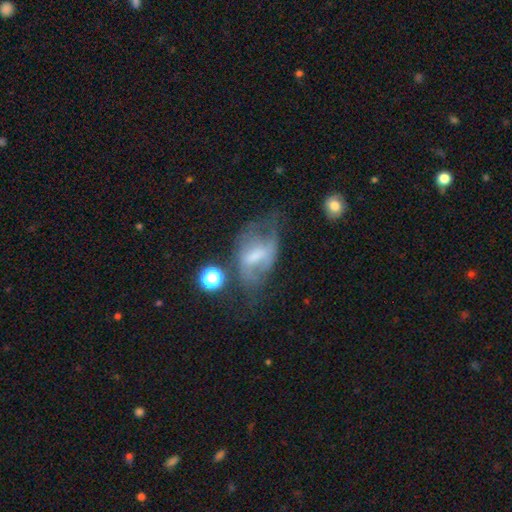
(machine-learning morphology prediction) Smooth or featured? Predicted: featured or disk (p=0.58). Edge-on disk? Predicted: no (p=0.94). Bar? Predicted: weak (p=0.46). Spiral arms? Predicted: yes (p=0.55). Bulge size? Predicted: moderate (p=0.33). Merging? Predicted: major disturbance (p=0.37).